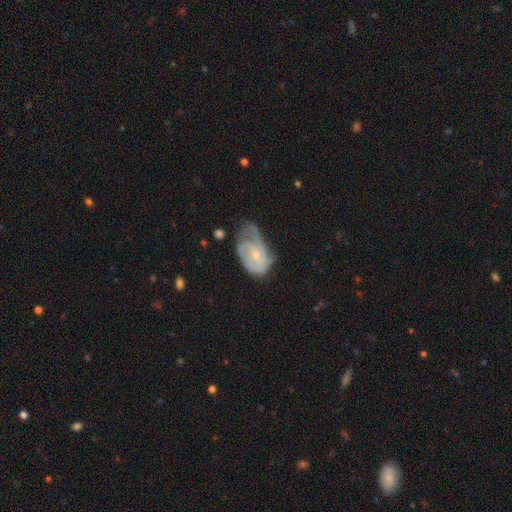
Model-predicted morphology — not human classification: type=featured or disk (72%); edge-on=no (97%); bar=no (66%); spiral arms=yes (89%); winding=tight (48%); arm count=2 (39%); bulge=small (69%); merging=none (35%).